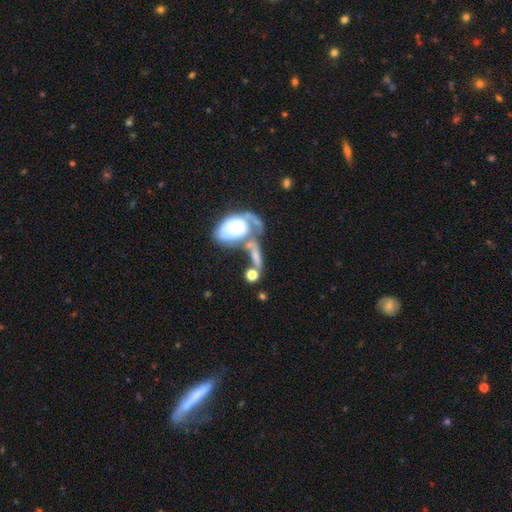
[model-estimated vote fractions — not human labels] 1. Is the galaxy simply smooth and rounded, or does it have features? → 50% smooth, 41% featured or disk, 9% star or artifact.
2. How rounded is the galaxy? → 67% in between, 19% cigar-shaped, 14% round.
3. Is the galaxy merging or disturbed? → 55% merger, 18% none, 16% major disturbance, 10% minor disturbance.